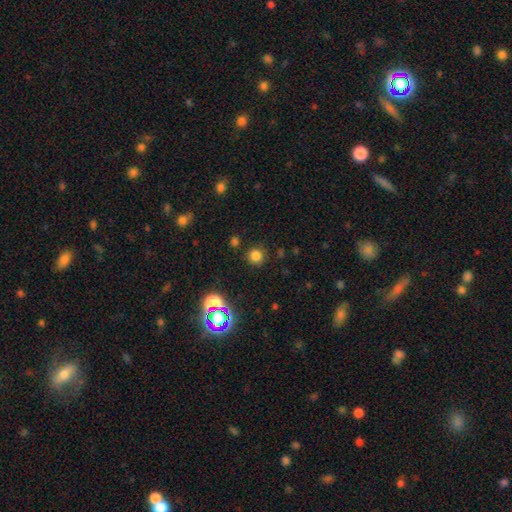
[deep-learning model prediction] Overall: smooth (78%). How rounded: round (93%). Merging: none (88%).